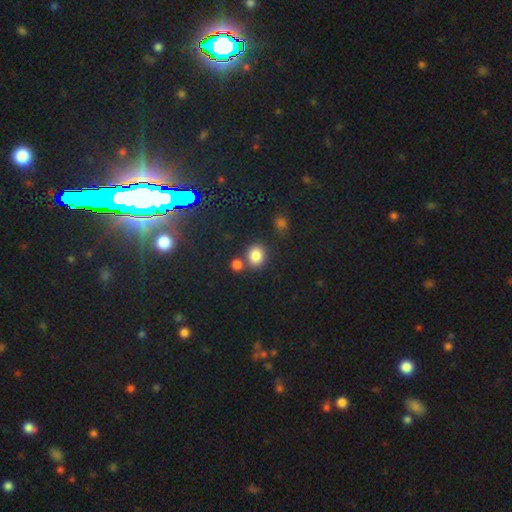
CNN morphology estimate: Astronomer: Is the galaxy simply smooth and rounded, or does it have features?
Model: smooth — 81%.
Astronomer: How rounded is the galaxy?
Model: round — 69%.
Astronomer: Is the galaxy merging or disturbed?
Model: none — 65%.